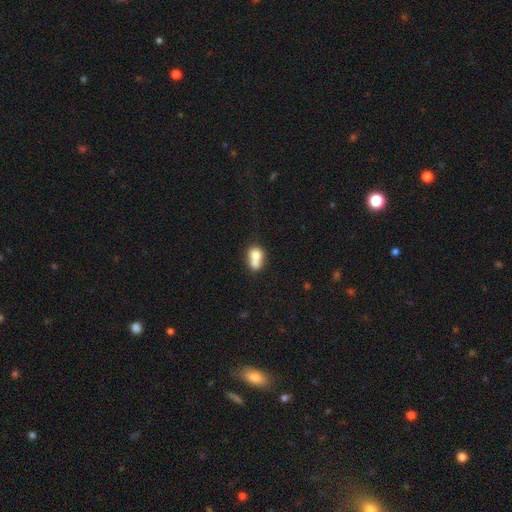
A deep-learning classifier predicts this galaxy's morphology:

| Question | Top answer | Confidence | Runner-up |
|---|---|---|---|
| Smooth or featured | smooth | 71% | featured or disk (20%) |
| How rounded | in between | 52% | round (47%) |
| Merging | merger | 62% | none (24%) |